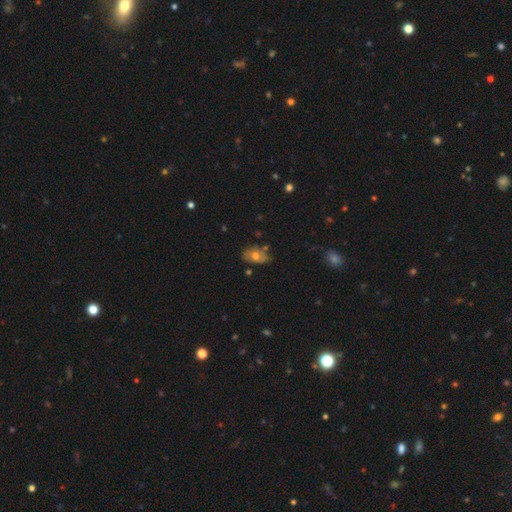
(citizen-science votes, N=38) This appears to be a smooth galaxy with no disk features (55%) that is in between round and cigar-shaped (86%). Merging: none (61%).